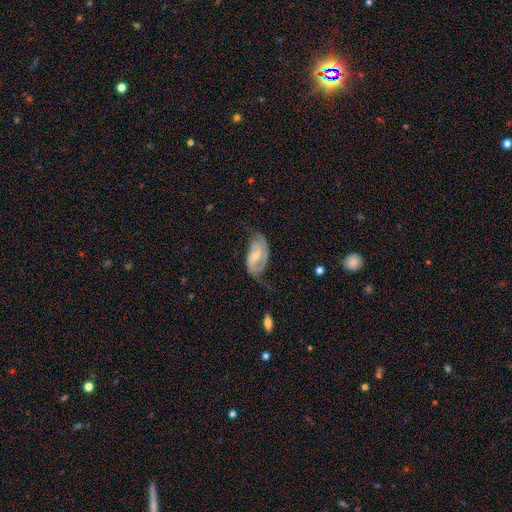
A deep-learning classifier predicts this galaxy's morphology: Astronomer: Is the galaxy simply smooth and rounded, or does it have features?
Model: featured or disk — 79%.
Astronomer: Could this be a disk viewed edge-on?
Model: no — 95%.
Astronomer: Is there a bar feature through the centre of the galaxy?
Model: no — 43% (runner-up: weak, 37%).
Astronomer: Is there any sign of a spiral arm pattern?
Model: yes — 91%.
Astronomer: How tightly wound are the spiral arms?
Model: medium — 41% (runner-up: tight, 31%).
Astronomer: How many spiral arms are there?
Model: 2 — 81%.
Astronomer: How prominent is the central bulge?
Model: moderate — 51% (runner-up: small, 44%).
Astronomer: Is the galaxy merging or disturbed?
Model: none — 55%.